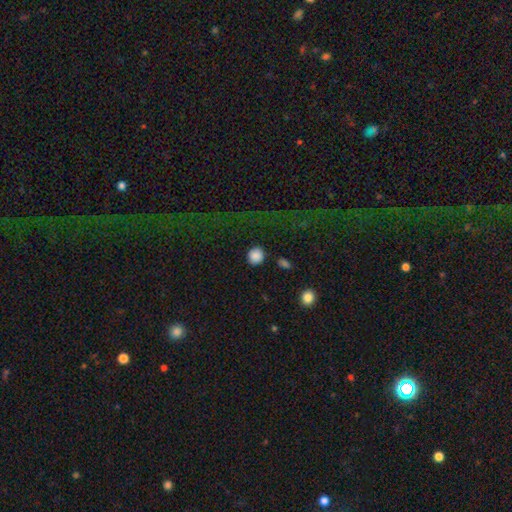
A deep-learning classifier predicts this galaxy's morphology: A smooth galaxy with no disk features (87%) that is round (91%). Merging: none (88%).